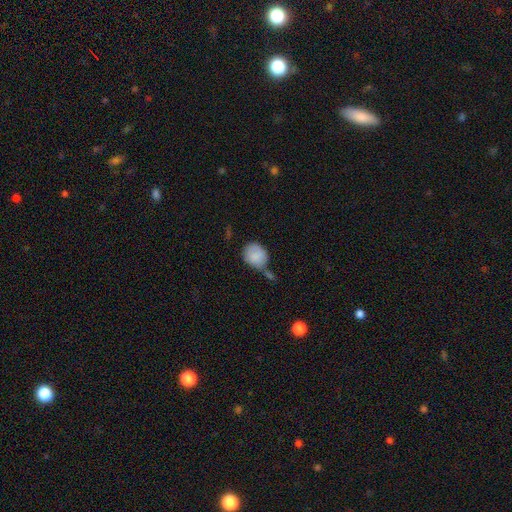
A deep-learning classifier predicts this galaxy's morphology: A smooth galaxy with no disk features (85%) that is round (65%).

Vote fractions:
- Smooth or featured? smooth: 85% / featured or disk: 8% / star or artifact: 7%
- How rounded? round: 65% / in between: 34% / cigar-shaped: 1%
- Merging? none: 45% / minor disturbance: 23% / merger: 23% / major disturbance: 9%